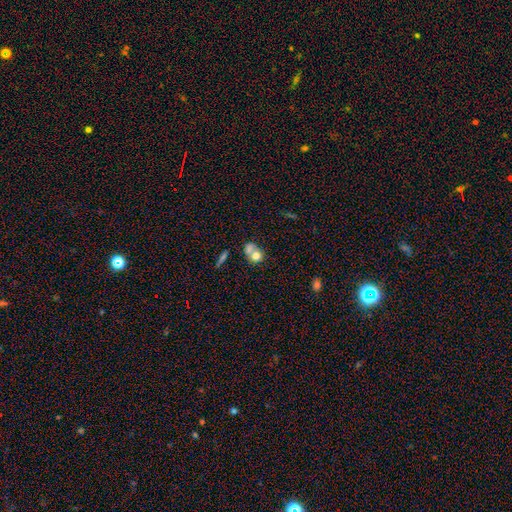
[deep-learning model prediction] A smooth galaxy with no disk features (69%) that is round (66%). Merging: merger (53%).